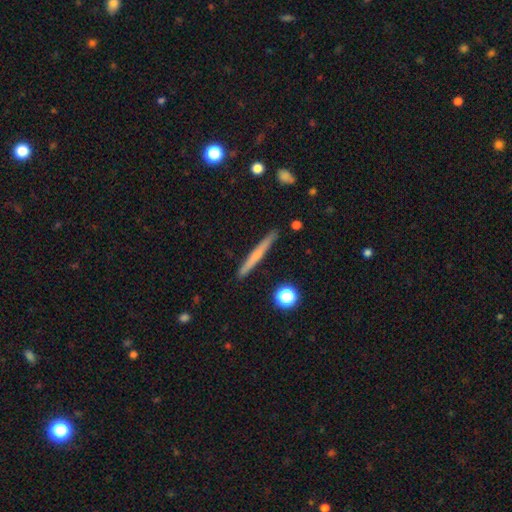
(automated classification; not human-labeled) Smooth or featured? Predicted: featured or disk (p=0.47, tied with smooth). Merging? Predicted: none (p=0.90).